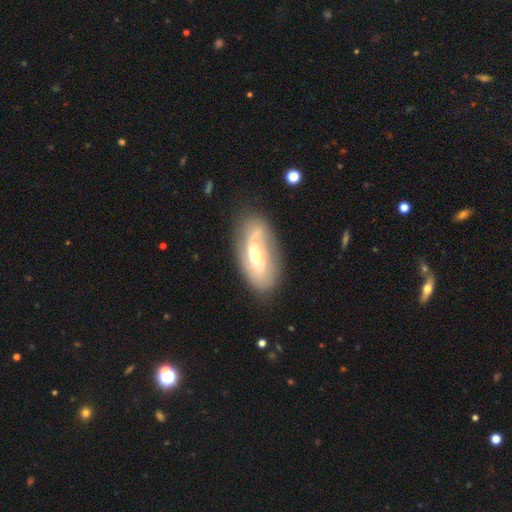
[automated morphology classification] smooth-or-featured: featured or disk: 71% | smooth: 23% | star or artifact: 6%
  disk-edge-on: no: 92% | yes: 8%
    bar: no: 59% | weak: 31% | strong: 11%
    has-spiral-arms: yes: 81% | no: 19%
      spiral-winding: tight: 40% | medium: 37% | loose: 24%
      spiral-arm-count: 2: 52% | can't tell: 25% | 1: 17% | 3: 4% | 4: 2% | more than 4: 1%
    bulge-size: small: 49% | moderate: 45% | large: 3% | none: 1% | dominant: 1%
  merging: none: 72% | minor disturbance: 18% | major disturbance: 8% | merger: 2%